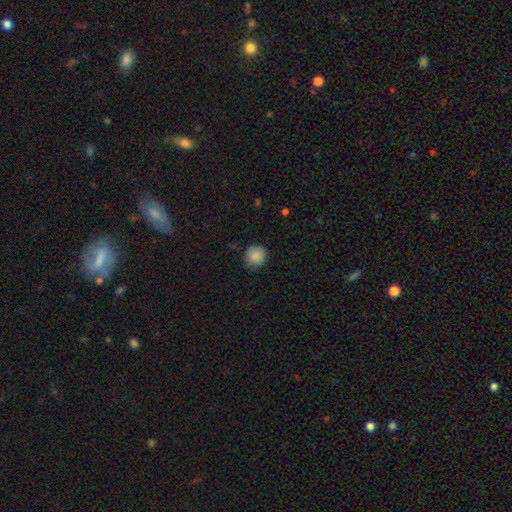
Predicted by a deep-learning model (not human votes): Smooth or featured?
  - smooth: 87% *
  - star or artifact: 9%
  - featured or disk: 4%
How rounded?
  - round: 90% *
  - in between: 10%
  - cigar-shaped: 1%
Merging?
  - none: 82% *
  - minor disturbance: 14%
  - major disturbance: 3%
  - merger: 1%